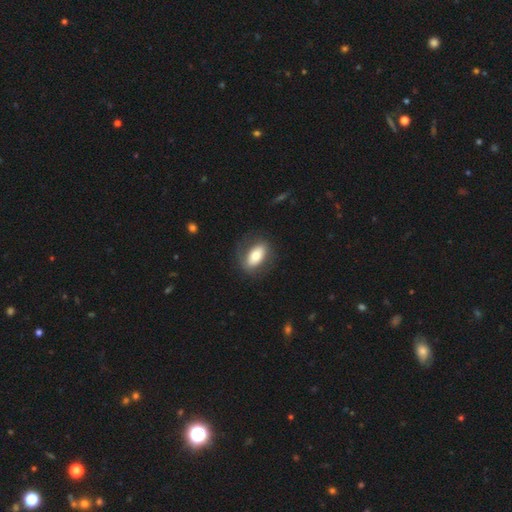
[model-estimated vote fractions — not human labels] The model was most divided on "smooth or featured": smooth: 67%, featured or disk: 27%, star or artifact: 6%. More confident: how rounded — in between (88%); merging — none (75%).